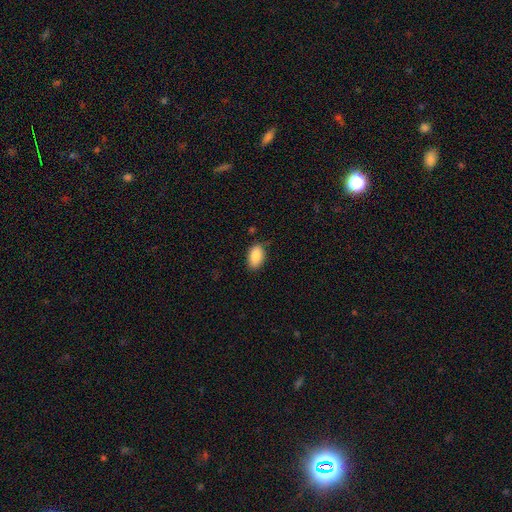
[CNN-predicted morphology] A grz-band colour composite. It shows a smooth galaxy with no disk features (88%) that is in between round and cigar-shaped (93%). Merging: none (80%).